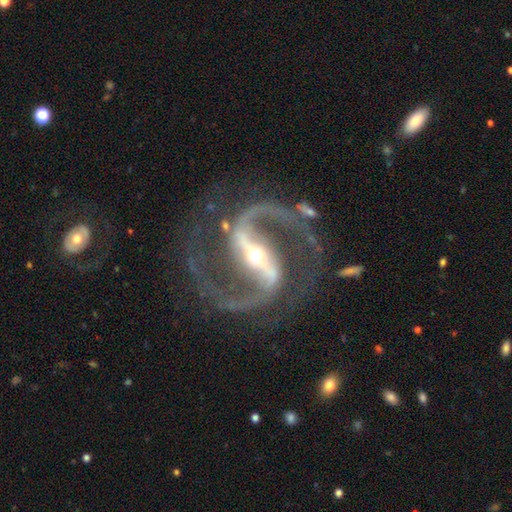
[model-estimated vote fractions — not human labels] This appears to be a featured or disk galaxy (94%) with a strong bar (80%), 2 (95%) medium (67%) spiral arms (99%) and a small central bulge (52%). Merging: none (78%).